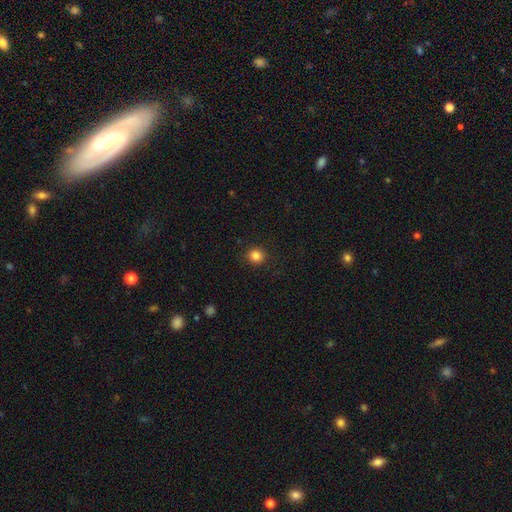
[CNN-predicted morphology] This is clearly a smooth galaxy (84%). How rounded: clearly round (92%). Merging: clearly none (91%).